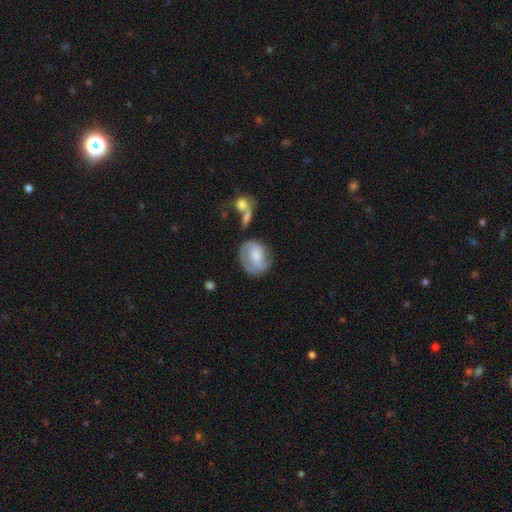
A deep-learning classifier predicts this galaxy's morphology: smooth_or_featured: featured or disk (p=0.56) [alt: smooth p=0.38]
disk_edge_on: no (p=0.97) [alt: yes p=0.03]
bar: no (p=0.49) [alt: weak p=0.40]
has_spiral_arms: yes (p=0.79) [alt: no p=0.21]
bulge_size: moderate (p=0.37) [alt: small p=0.33]
merging: none (p=0.54) [alt: minor disturbance p=0.24]